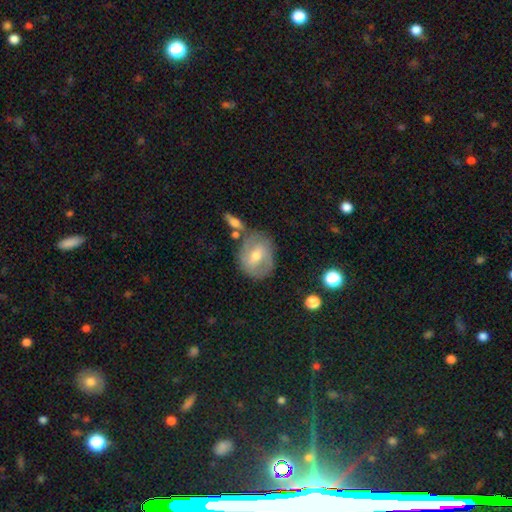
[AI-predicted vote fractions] Smooth or featured?
  - featured or disk: 51% *
  - smooth: 41%
  - star or artifact: 8%
Edge-on disk?
  - no: 93% *
  - yes: 7%
Merging?
  - none: 66% *
  - minor disturbance: 18%
  - merger: 10%
  - major disturbance: 6%